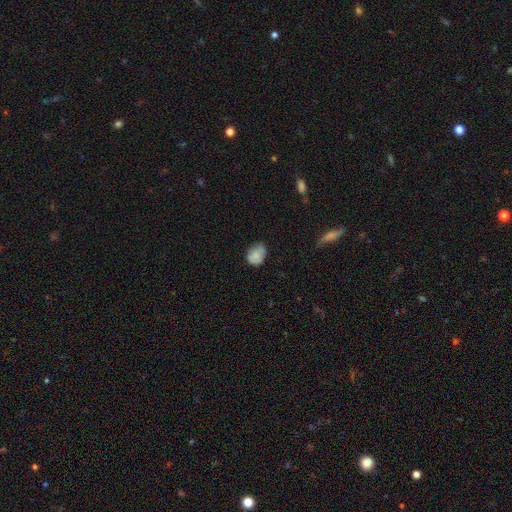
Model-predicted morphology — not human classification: Smooth or featured? smooth (79%)
How rounded? in between (63%)
Merging? none (57%)